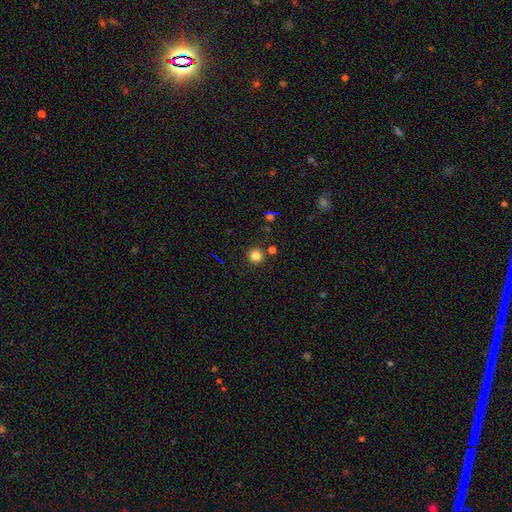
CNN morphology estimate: Smooth or featured?
  - smooth: 81% *
  - star or artifact: 15%
  - featured or disk: 5%
How rounded?
  - round: 95% *
  - in between: 4%
  - cigar-shaped: 1%
Merging?
  - none: 86% *
  - minor disturbance: 6%
  - merger: 5%
  - major disturbance: 2%